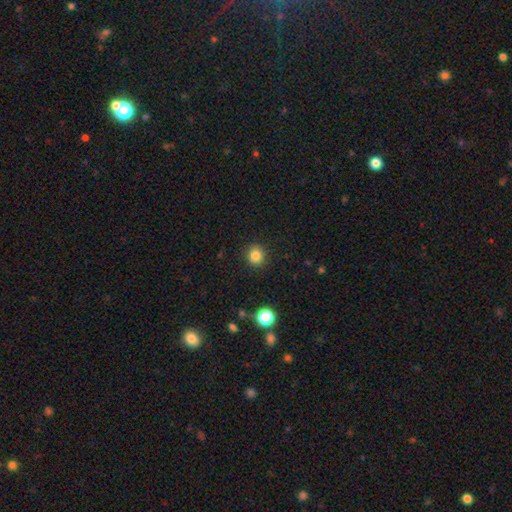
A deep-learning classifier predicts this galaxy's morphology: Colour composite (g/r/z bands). It shows a smooth galaxy with no disk features (84%) that is round (87%). Merging: none (91%).